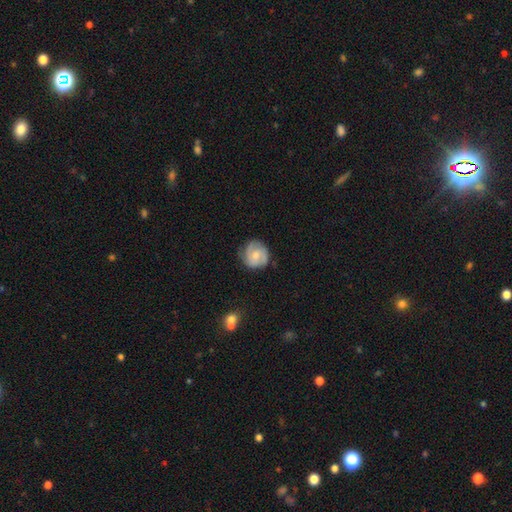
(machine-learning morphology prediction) Smooth or featured: featured or disk — 54% (smooth — 40%)
Edge-on disk: no — 98% (yes — 2%)
Bar: no — 64% (weak — 31%)
Spiral arms: yes — 86% (no — 14%)
Bulge size: moderate — 52% (small — 38%)
Merging: none — 71% (minor disturbance — 22%)